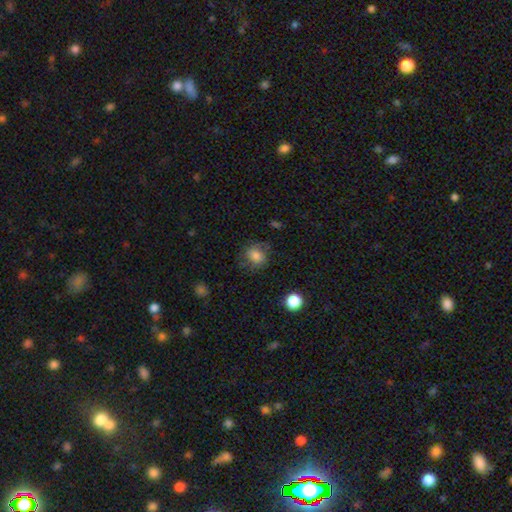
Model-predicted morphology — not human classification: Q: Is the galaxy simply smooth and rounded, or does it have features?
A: smooth — 79%.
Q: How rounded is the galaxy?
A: round — 69%.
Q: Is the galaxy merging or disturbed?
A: none — 70%.